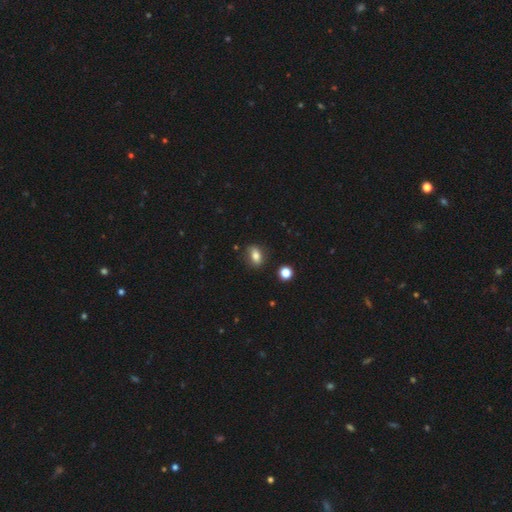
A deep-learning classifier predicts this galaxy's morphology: smooth 75%, featured or disk 15%, star or artifact 10%. Down the decision tree: how rounded — in between (76%); merging — none (77%).